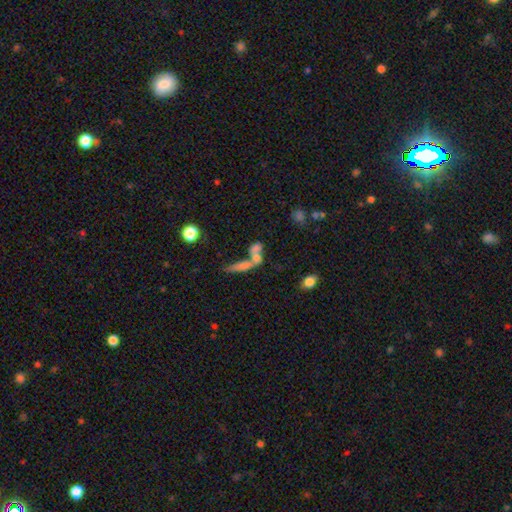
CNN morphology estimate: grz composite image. It shows a smooth galaxy with no disk features (57%) that is in between round and cigar-shaped (48%). Merging: merger (61%).